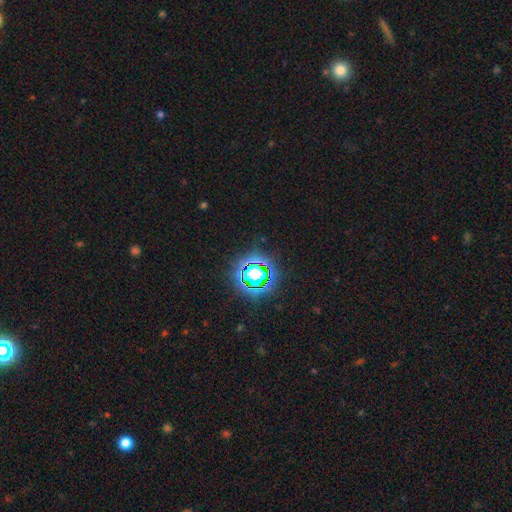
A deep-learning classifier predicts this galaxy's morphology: type=star or artifact (80%).